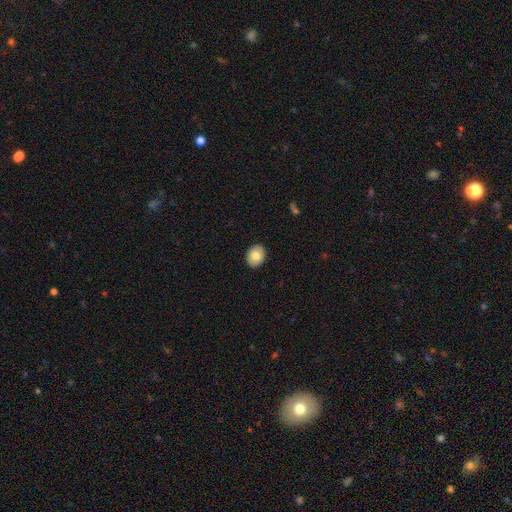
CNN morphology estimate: Overall: smooth (78%). How rounded: in between (57%; round 42%). Merging: none (90%).